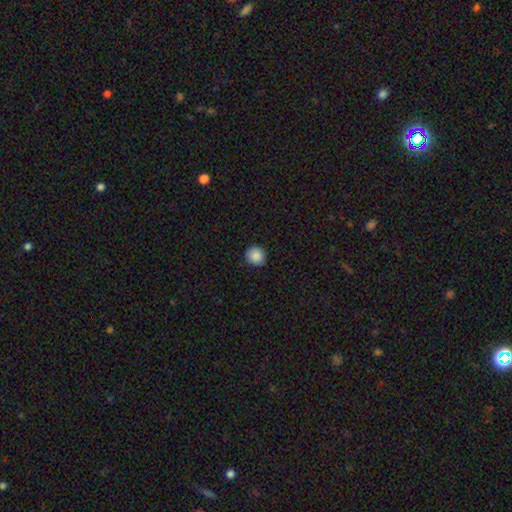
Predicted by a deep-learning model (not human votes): smooth_or_featured: smooth (p=0.88) [alt: star or artifact p=0.09]
how_rounded: round (p=0.89) [alt: in between p=0.10]
merging: none (p=0.90) [alt: minor disturbance p=0.07]